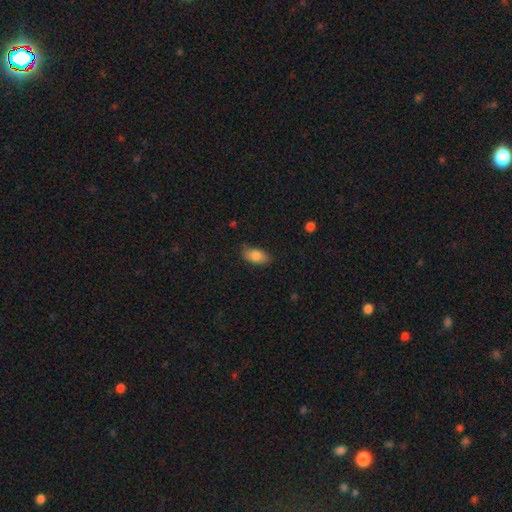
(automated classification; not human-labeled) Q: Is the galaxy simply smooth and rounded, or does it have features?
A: smooth — 84%.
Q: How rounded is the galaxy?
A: in between — 92%.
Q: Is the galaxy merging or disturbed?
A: none — 79%.